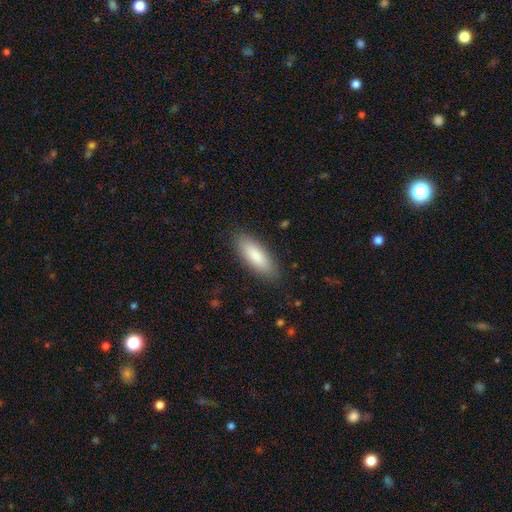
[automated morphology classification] A smooth galaxy with no disk features (85%) that is in between round and cigar-shaped (66%). Merging: none (85%).